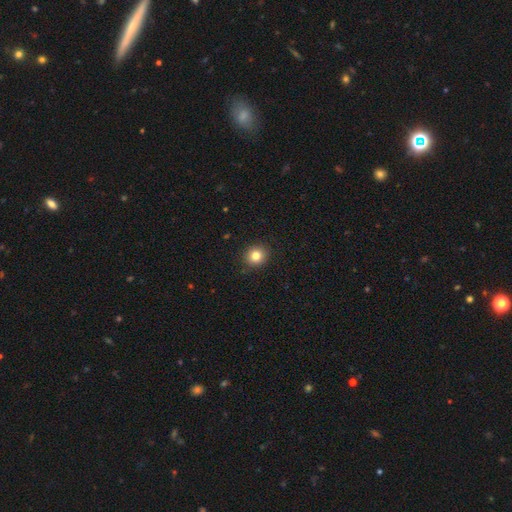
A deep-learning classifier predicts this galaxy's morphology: type=smooth (82%); roundness=round (87%); merging=none (91%).